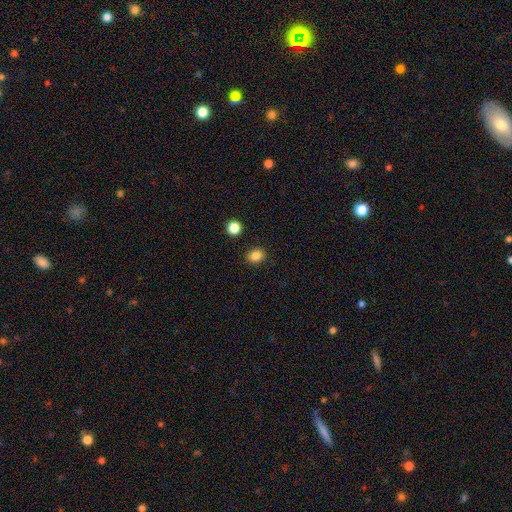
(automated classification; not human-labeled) A smooth galaxy with no disk features (84%) that is round (65%).

Vote fractions:
- Smooth or featured? smooth: 84% / star or artifact: 11% / featured or disk: 4%
- How rounded? round: 65% / in between: 34% / cigar-shaped: 1%
- Merging? none: 89% / minor disturbance: 7% / merger: 2% / major disturbance: 2%